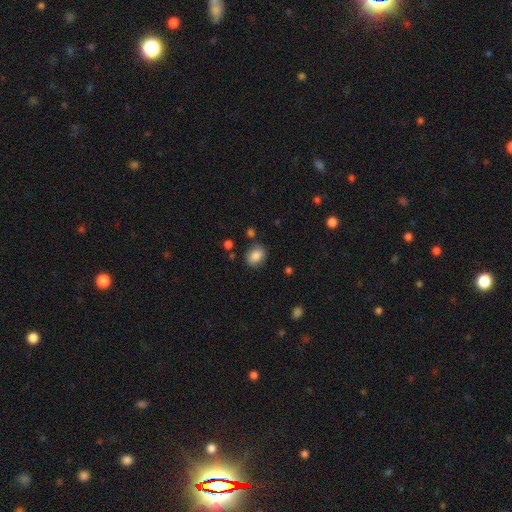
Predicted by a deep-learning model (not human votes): smooth 85%, star or artifact 9%, featured or disk 6%. Down the decision tree: how rounded — in between (53%); merging — none (78%).